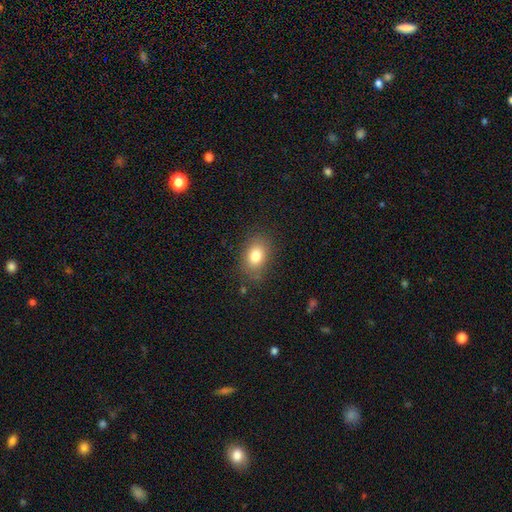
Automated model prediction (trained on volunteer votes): The model was most divided on "how rounded": in between: 75%, round: 23%, cigar-shaped: 1%. More confident: merging — none (81%); smooth or featured — smooth (80%).